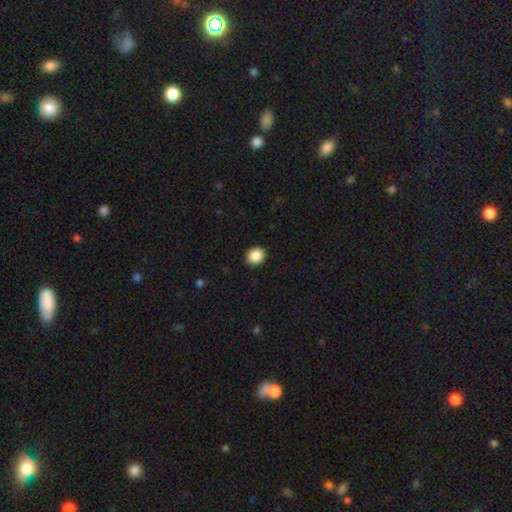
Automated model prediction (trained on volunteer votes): smooth_or_featured: smooth (p=0.88) [alt: star or artifact p=0.09]
how_rounded: round (p=0.72) [alt: in between p=0.28]
merging: none (p=0.92) [alt: minor disturbance p=0.06]